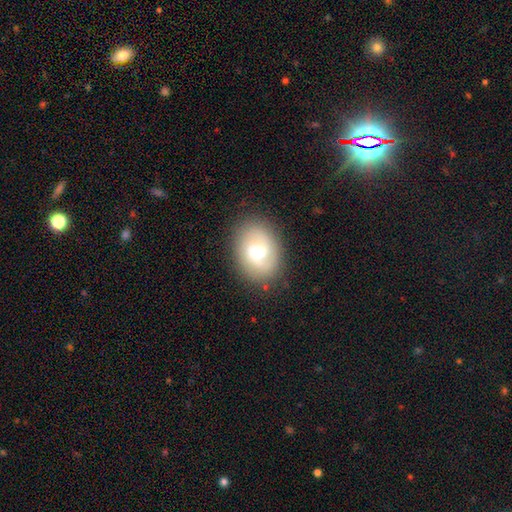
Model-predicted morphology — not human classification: A featured or disk galaxy (59%) with no bar (49%), spiral arms (83%) and a small central bulge (48%). Merging: none (79%).